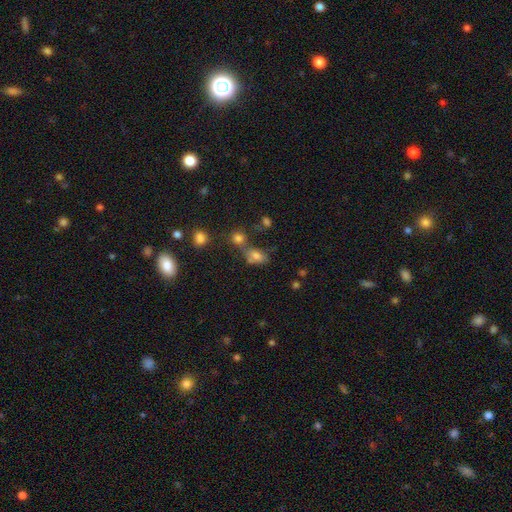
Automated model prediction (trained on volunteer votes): A smooth galaxy with no disk features (72%) that is in between round and cigar-shaped (81%). Merging: none (39%).